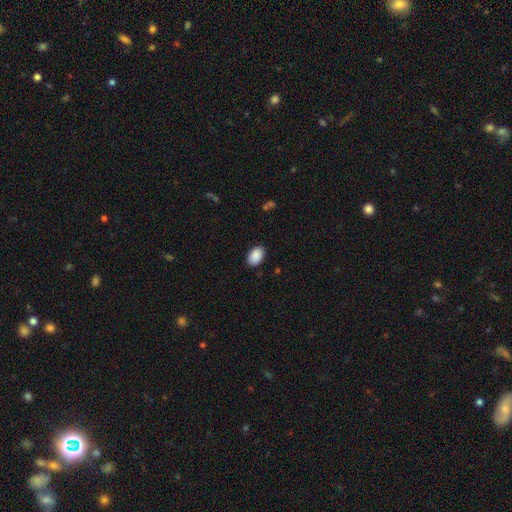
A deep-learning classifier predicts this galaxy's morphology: smooth-or-featured: smooth: 90% | star or artifact: 7% | featured or disk: 3%
  how-rounded: in between: 89% | round: 10% | cigar-shaped: 1%
  merging: none: 88% | minor disturbance: 9% | major disturbance: 2% | merger: 1%